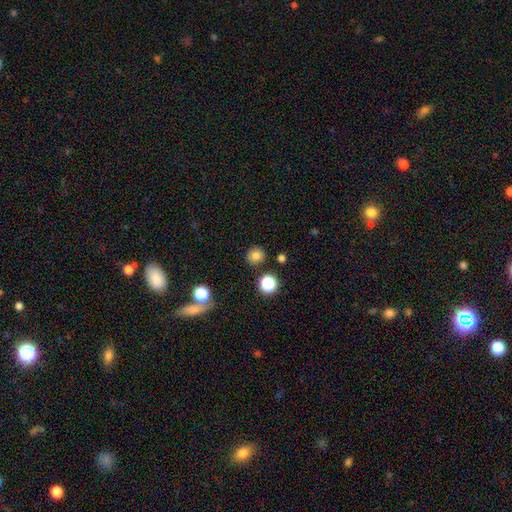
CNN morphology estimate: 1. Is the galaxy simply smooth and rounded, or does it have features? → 79% smooth, 15% star or artifact, 6% featured or disk.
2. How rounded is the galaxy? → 88% round, 11% in between, 1% cigar-shaped.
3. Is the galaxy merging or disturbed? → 86% none, 8% minor disturbance, 4% merger, 2% major disturbance.